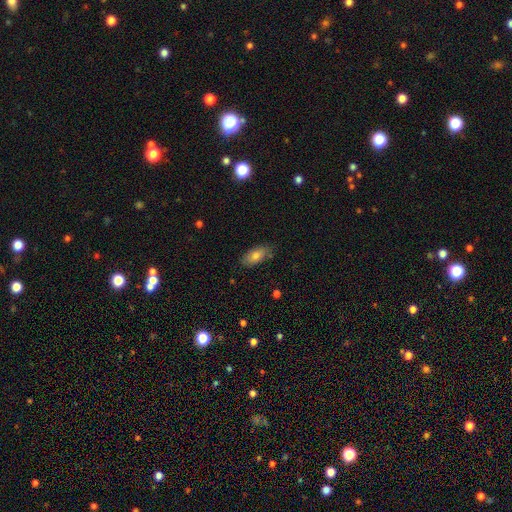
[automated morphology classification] This appears to be a smooth galaxy with no disk features (76%) that is in between round and cigar-shaped (89%). Merging: none (80%).